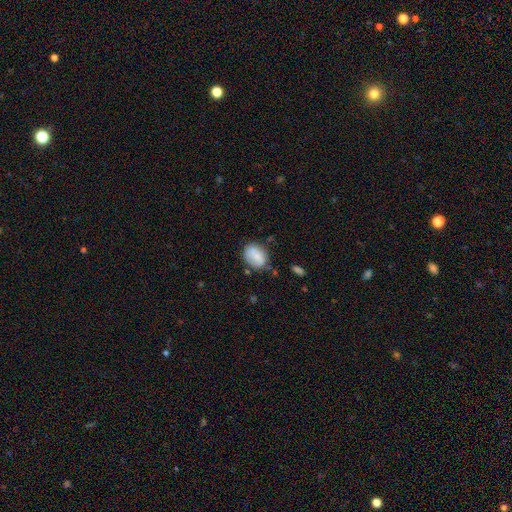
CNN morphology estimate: type=smooth (80%); roundness=in between (71%); merging=none (71%).